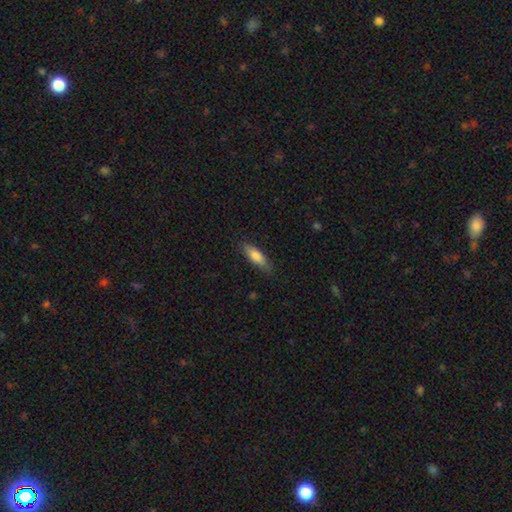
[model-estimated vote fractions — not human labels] A smooth galaxy with no disk features (80%) that is in between round and cigar-shaped (52%).

Vote fractions:
- Smooth or featured? smooth: 80% / featured or disk: 14% / star or artifact: 6%
- How rounded? in between: 52% / cigar-shaped: 46% / round: 2%
- Merging? none: 79% / minor disturbance: 16% / major disturbance: 3% / merger: 1%